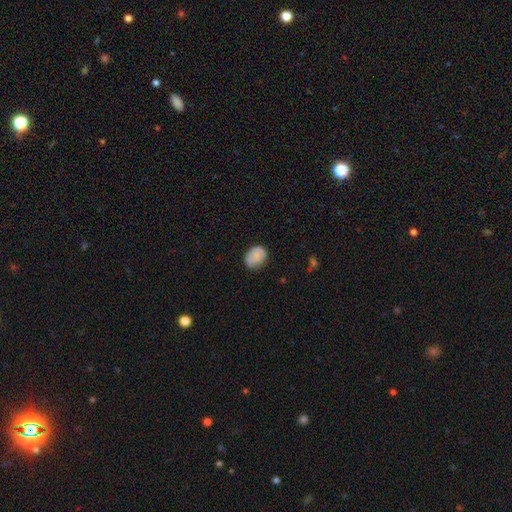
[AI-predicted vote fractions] The model was most divided on "how rounded": in between: 59%, round: 40%, cigar-shaped: 1%. More confident: smooth or featured — smooth (75%); merging — none (70%).